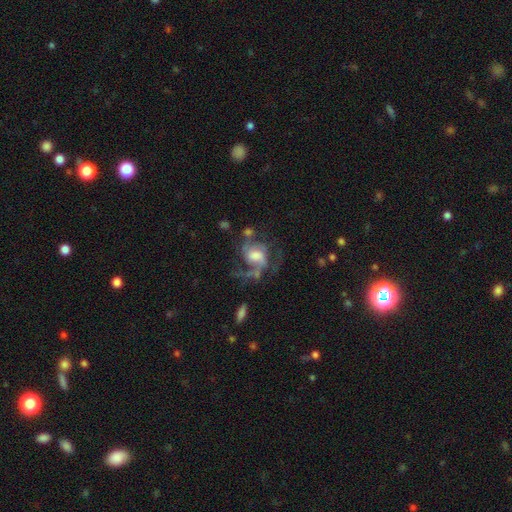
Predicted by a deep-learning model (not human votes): smooth_or_featured: featured or disk (p=0.82) [alt: smooth p=0.12]
disk_edge_on: no (p=0.98) [alt: yes p=0.02]
bar: no (p=0.49) [alt: weak p=0.41]
has_spiral_arms: yes (p=0.92) [alt: no p=0.08]
spiral_winding: medium (p=0.49) [alt: loose p=0.31]
spiral_arm_count: 2 (p=0.54) [alt: 3 p=0.14]
bulge_size: moderate (p=0.42) [alt: large p=0.32]
merging: none (p=0.43) [alt: major disturbance p=0.32]